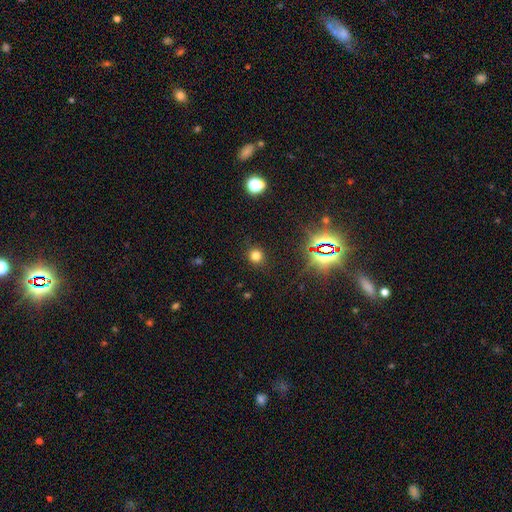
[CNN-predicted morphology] A smooth galaxy with no disk features (73%) that is round (90%).

Vote fractions:
- Smooth or featured? smooth: 73% / star or artifact: 21% / featured or disk: 6%
- How rounded? round: 90% / in between: 9% / cigar-shaped: 1%
- Merging? none: 90% / minor disturbance: 6% / major disturbance: 3% / merger: 1%